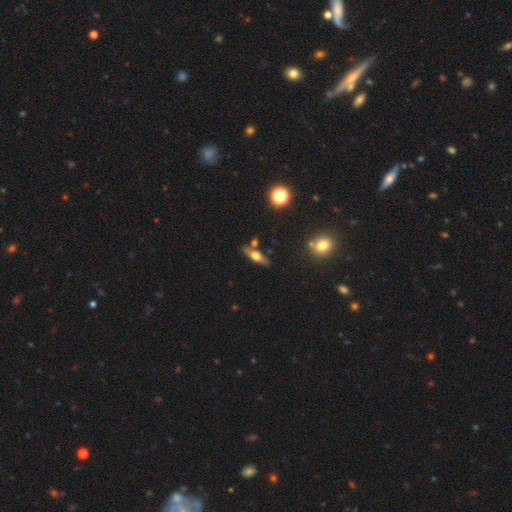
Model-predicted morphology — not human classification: featured or disk 49%, smooth 42%, star or artifact 9%. Down the decision tree: merging — none (77%).